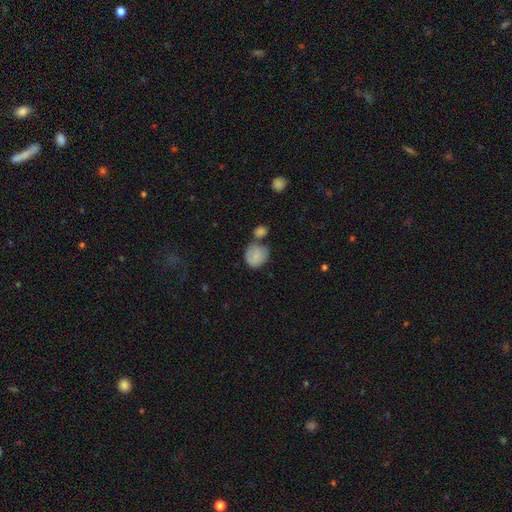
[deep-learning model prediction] smooth_or_featured: smooth (p=0.83) [alt: featured or disk p=0.10]
how_rounded: round (p=0.75) [alt: in between p=0.24]
merging: none (p=0.49) [alt: merger p=0.25]